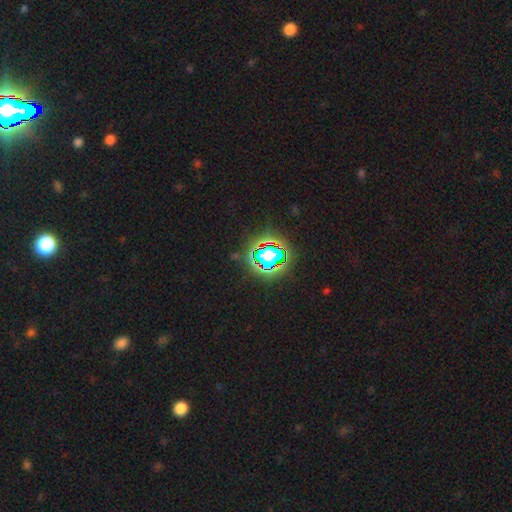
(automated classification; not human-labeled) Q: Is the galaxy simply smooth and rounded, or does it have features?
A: star or artifact — 78%.